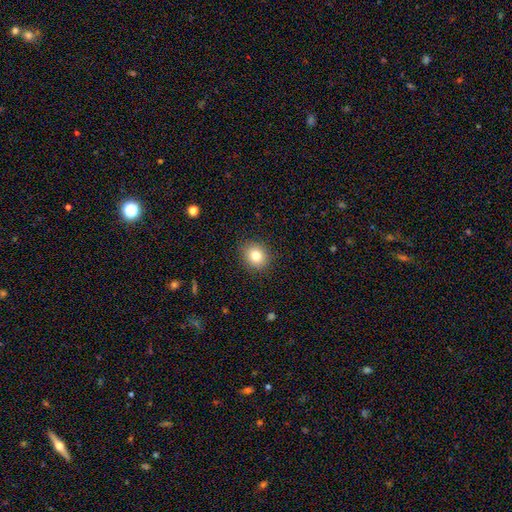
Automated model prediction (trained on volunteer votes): Smooth or featured: smooth — 81% (star or artifact — 11%)
How rounded: round — 76% (in between — 23%)
Merging: none — 89% (minor disturbance — 8%)